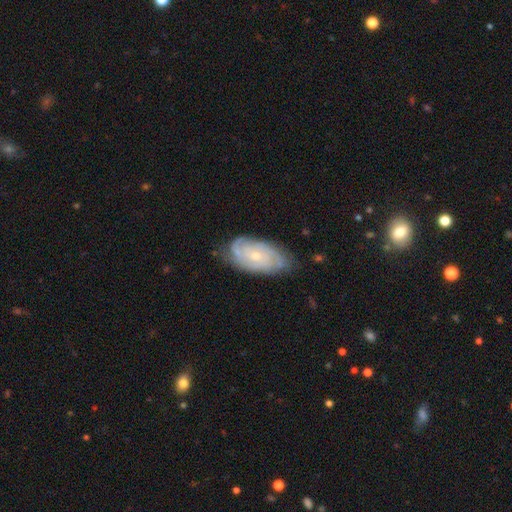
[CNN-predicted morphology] smooth_or_featured: featured or disk (p=0.80) [alt: smooth p=0.14]
disk_edge_on: no (p=0.95) [alt: yes p=0.05]
bar: no (p=0.73) [alt: weak p=0.23]
has_spiral_arms: yes (p=0.95) [alt: no p=0.05]
spiral_winding: tight (p=0.66) [alt: medium p=0.28]
spiral_arm_count: can't tell (p=0.30) [alt: 3 p=0.26]
bulge_size: small (p=0.64) [alt: moderate p=0.32]
merging: none (p=0.74) [alt: minor disturbance p=0.20]